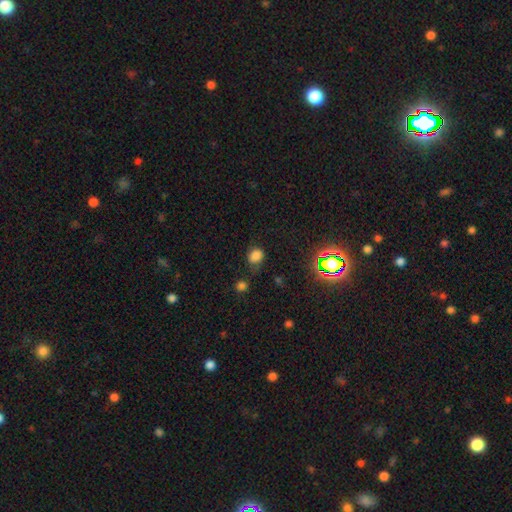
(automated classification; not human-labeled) Overall: smooth (74%). How rounded: round (52%; in between 47%). Merging: none (62%; minor disturbance 24%).